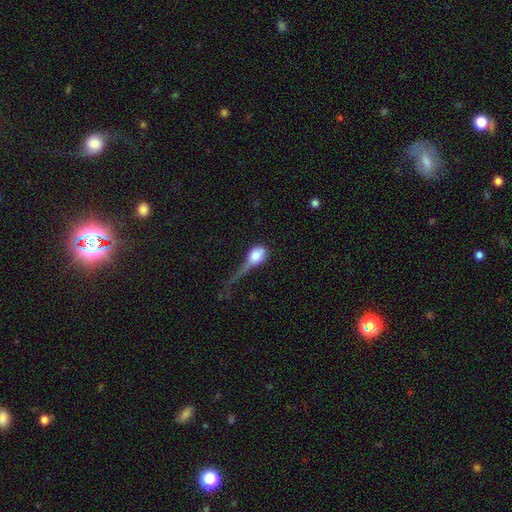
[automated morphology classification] smooth-or-featured: smooth: 68% | featured or disk: 23% | star or artifact: 9%
  how-rounded: in between: 63% | round: 30% | cigar-shaped: 7%
  merging: major disturbance: 57% | minor disturbance: 20% | none: 15% | merger: 8%